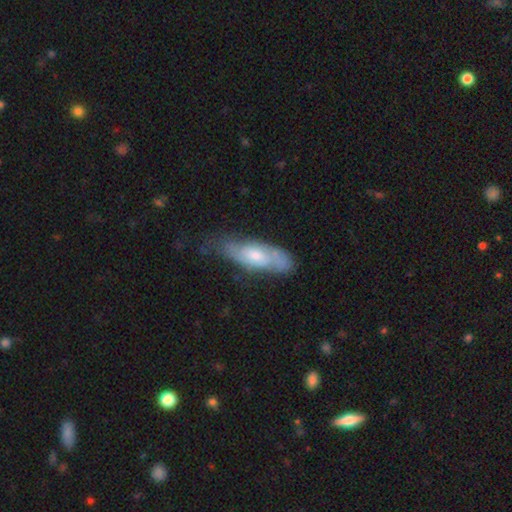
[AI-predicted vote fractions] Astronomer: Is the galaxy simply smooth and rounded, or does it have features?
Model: featured or disk — 48% (runner-up: smooth, 45%).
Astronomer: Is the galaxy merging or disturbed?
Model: none — 54% (runner-up: minor disturbance, 32%).